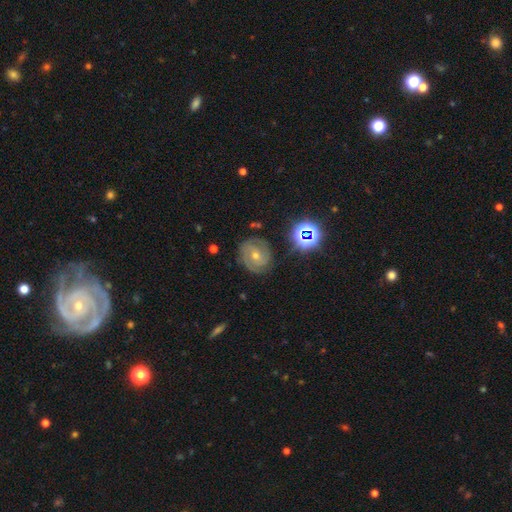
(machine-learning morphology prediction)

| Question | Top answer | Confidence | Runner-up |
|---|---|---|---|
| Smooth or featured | featured or disk | 76% | star or artifact (14%) |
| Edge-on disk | no | 97% | yes (3%) |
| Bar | no | 53% | weak (35%) |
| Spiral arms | yes | 95% | no (5%) |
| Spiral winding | tight | 71% | medium (25%) |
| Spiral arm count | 2 | 54% | can't tell (18%) |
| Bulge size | small | 51% | moderate (46%) |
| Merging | none | 81% | minor disturbance (13%) |